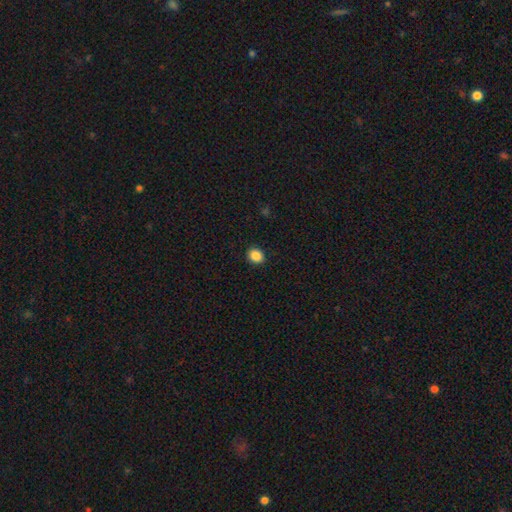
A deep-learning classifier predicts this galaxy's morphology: A smooth galaxy with no disk features (87%) that is round (60%). Merging: none (91%).